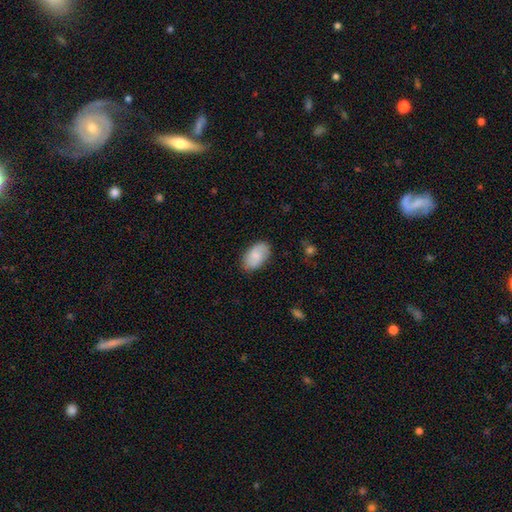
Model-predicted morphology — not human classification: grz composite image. It shows a smooth galaxy with no disk features (76%) that is in between round and cigar-shaped (94%). Merging: none (82%).